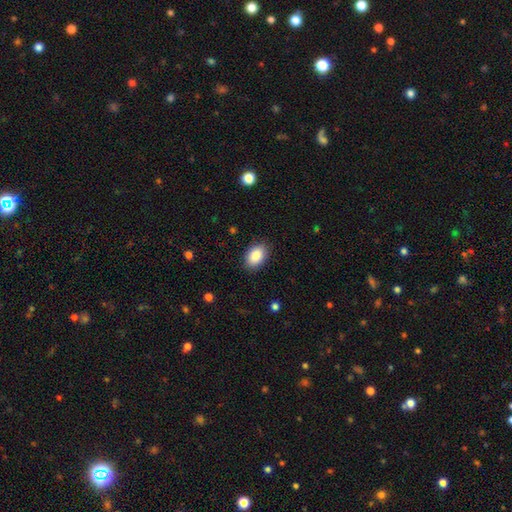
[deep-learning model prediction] Smooth or featured: smooth — 89% (star or artifact — 7%)
How rounded: in between — 90% (round — 9%)
Merging: none — 88% (minor disturbance — 9%)